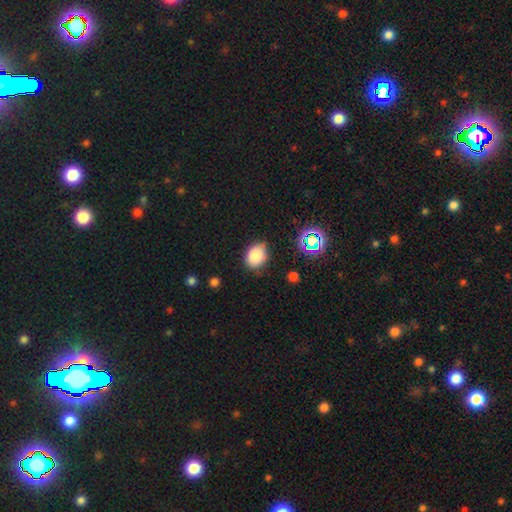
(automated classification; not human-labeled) Q: Smooth or featured?
A: smooth (83%); runner-up: star or artifact (12%)
Q: How rounded?
A: in between (57%); runner-up: round (42%)
Q: Merging?
A: none (75%); runner-up: minor disturbance (20%)